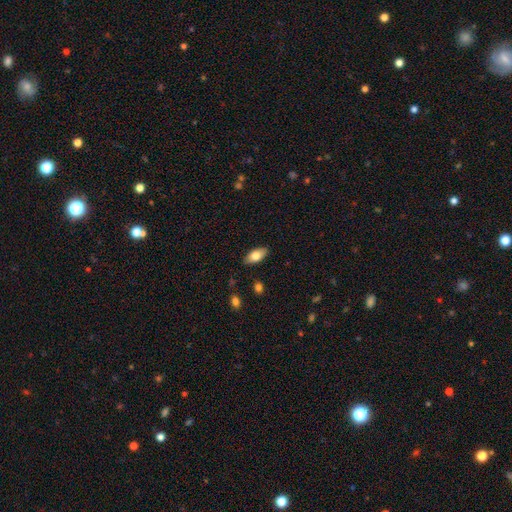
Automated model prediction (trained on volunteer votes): Q: Smooth or featured?
A: smooth (78%); runner-up: featured or disk (15%)
Q: How rounded?
A: in between (90%); runner-up: cigar-shaped (8%)
Q: Merging?
A: none (87%); runner-up: minor disturbance (10%)